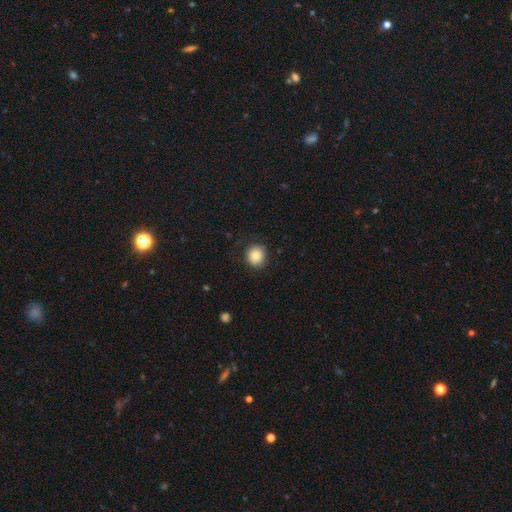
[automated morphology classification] The model was most divided on "merging": none: 81%, minor disturbance: 13%, major disturbance: 5%, merger: 1%. More confident: how rounded — round (87%); smooth or featured — smooth (83%).